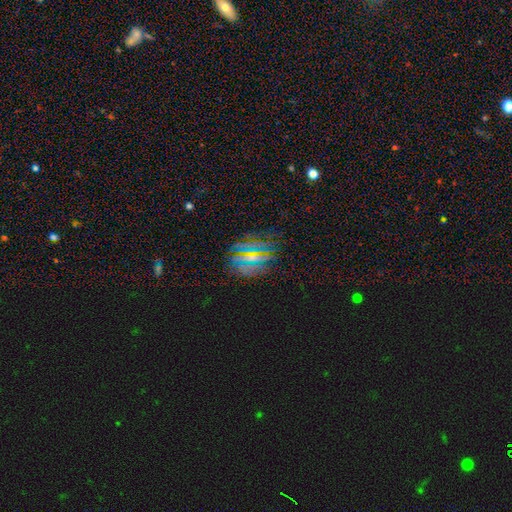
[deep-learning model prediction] smooth-or-featured: star or artifact: 52% | featured or disk: 25% | smooth: 23%